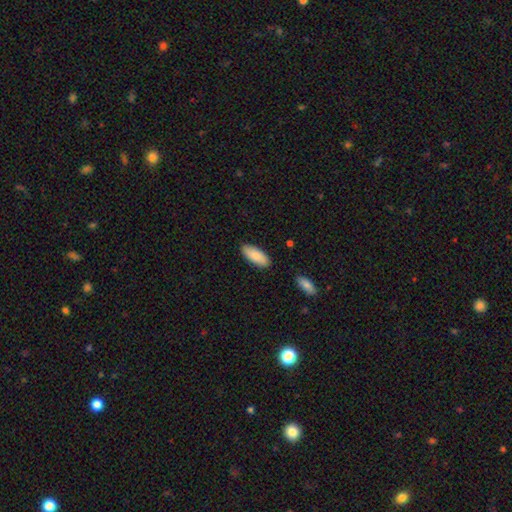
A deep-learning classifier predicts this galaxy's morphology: Q: Smooth or featured?
A: smooth (85%); runner-up: featured or disk (9%)
Q: How rounded?
A: in between (81%); runner-up: cigar-shaped (17%)
Q: Merging?
A: none (87%); runner-up: minor disturbance (9%)